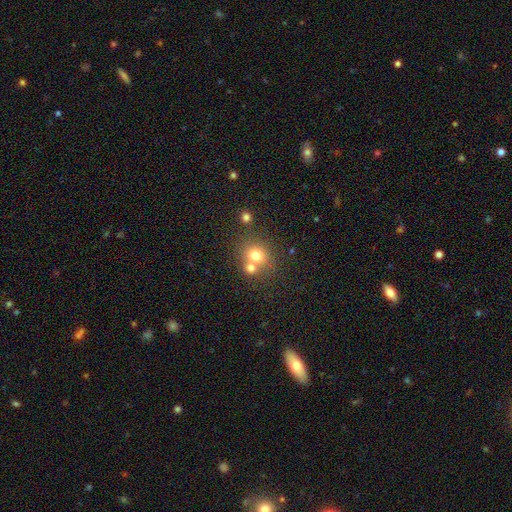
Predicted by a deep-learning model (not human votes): smooth_or_featured: smooth (p=0.72) [alt: featured or disk p=0.14]
how_rounded: round (p=0.81) [alt: in between p=0.19]
merging: none (p=0.48) [alt: merger p=0.41]